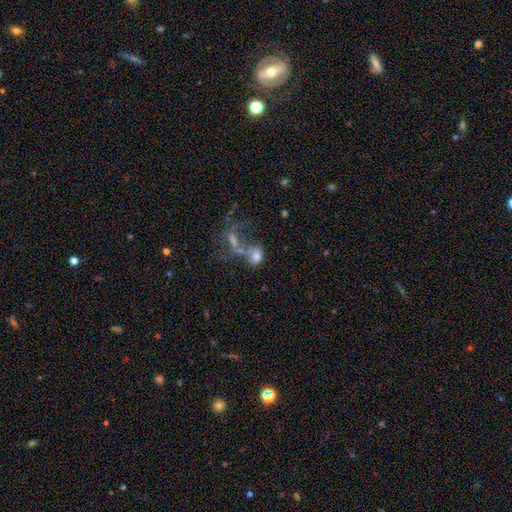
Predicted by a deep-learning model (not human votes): smooth 61%, featured or disk 24%, star or artifact 15%. Down the decision tree: how rounded — in between (71%); merging — merger (52%).